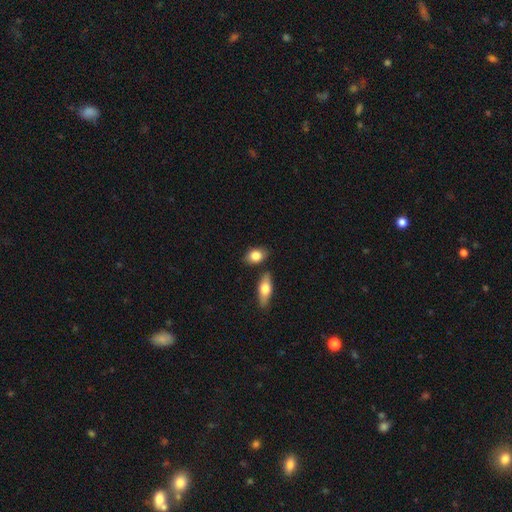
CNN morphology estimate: This appears to be a smooth galaxy with no disk features (82%) that is in between round and cigar-shaped (75%). Merging: none (75%).